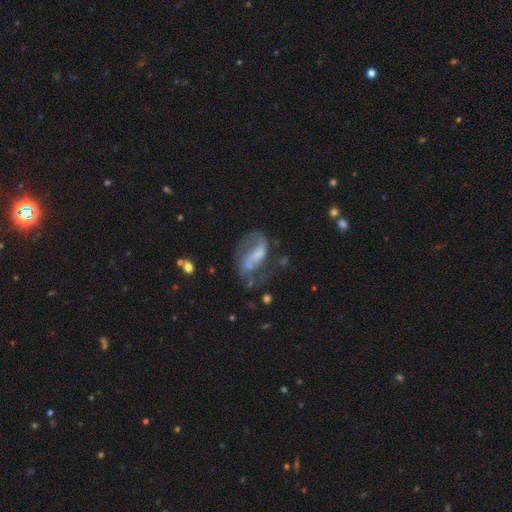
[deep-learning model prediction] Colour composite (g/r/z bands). It shows a featured or disk galaxy (71%) with a weak bar (39%), 2 (77%) loose (53%) spiral arms (80%) and a small central bulge (32%, tied with none). Merging: none (44%).